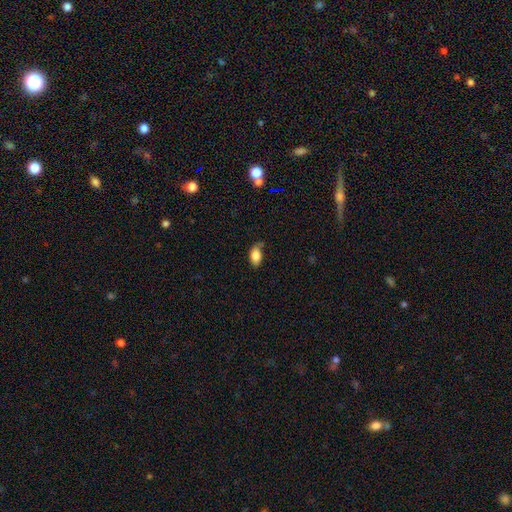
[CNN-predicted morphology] Smooth or featured: smooth — 82% (featured or disk — 10%)
How rounded: in between — 91% (round — 6%)
Merging: none — 57% (minor disturbance — 33%)